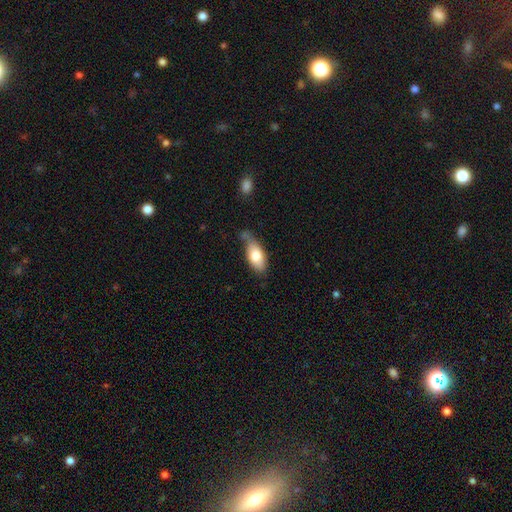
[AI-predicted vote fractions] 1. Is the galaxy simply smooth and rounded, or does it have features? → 76% smooth, 18% featured or disk, 6% star or artifact.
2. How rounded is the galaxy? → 88% in between, 8% cigar-shaped, 3% round.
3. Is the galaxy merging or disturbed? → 46% none, 33% minor disturbance, 11% major disturbance, 10% merger.